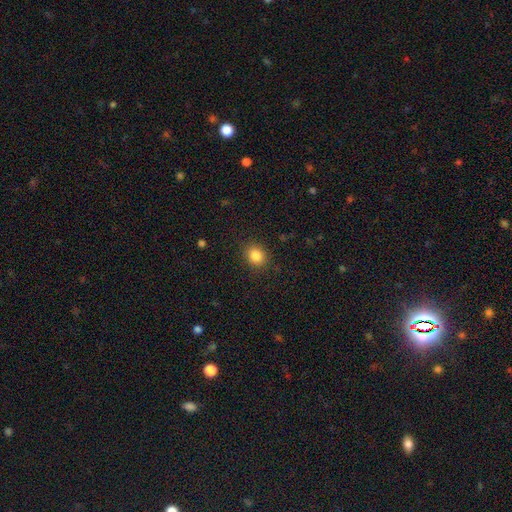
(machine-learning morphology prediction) This is clearly a smooth galaxy (85%). How rounded: likely round (68%). Merging: clearly none (87%).